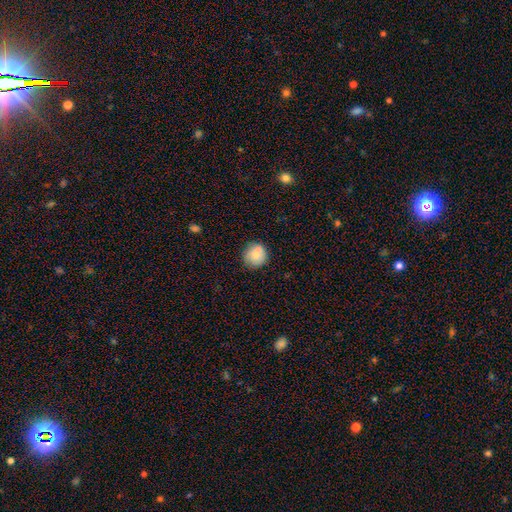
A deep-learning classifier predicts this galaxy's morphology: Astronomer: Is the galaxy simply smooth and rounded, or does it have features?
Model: smooth — 78%.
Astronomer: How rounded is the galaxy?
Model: round — 92%.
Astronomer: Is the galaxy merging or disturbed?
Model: none — 73%.